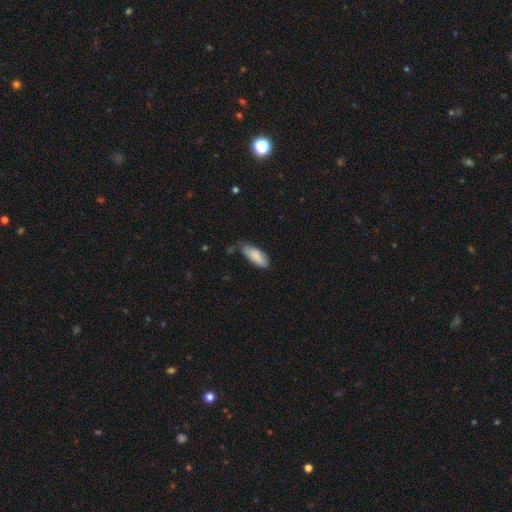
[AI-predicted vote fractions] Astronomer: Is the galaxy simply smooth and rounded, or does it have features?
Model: smooth — 85%.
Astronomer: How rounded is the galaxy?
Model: in between — 75%.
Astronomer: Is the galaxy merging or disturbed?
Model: none — 59%.